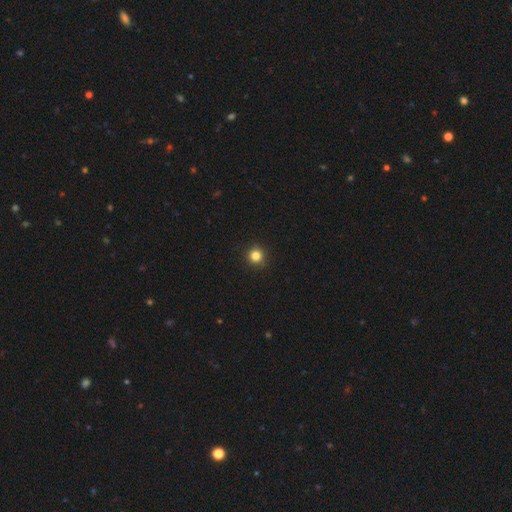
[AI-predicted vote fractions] A smooth galaxy with no disk features (83%) that is round (95%).

Vote fractions:
- Smooth or featured? smooth: 83% / star or artifact: 13% / featured or disk: 4%
- How rounded? round: 95% / in between: 4% / cigar-shaped: 1%
- Merging? none: 92% / minor disturbance: 5% / major disturbance: 2% / merger: 1%